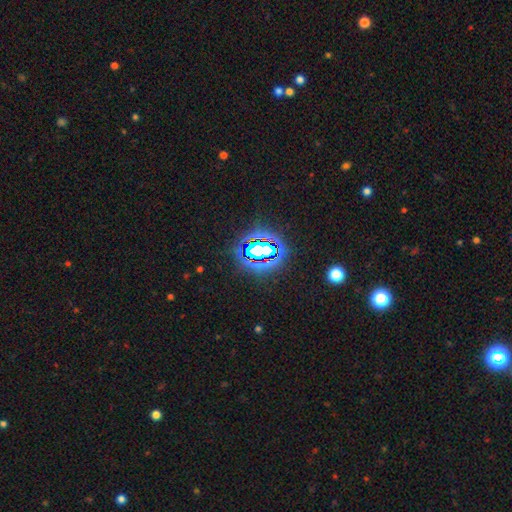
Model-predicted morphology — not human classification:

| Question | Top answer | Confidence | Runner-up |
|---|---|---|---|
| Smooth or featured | star or artifact | 70% | smooth (18%) |